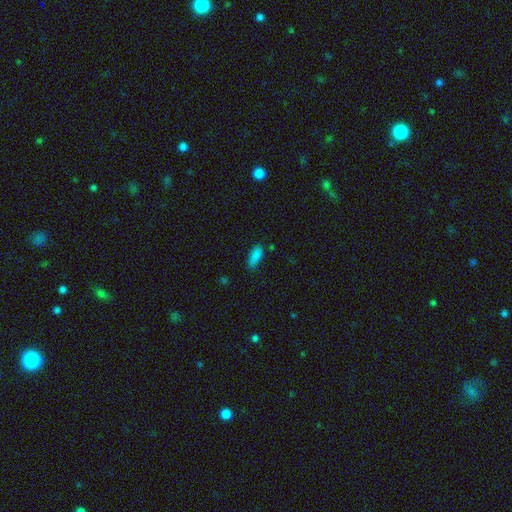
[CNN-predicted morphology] Smooth or featured? Predicted: smooth (p=0.84). How rounded? Predicted: in between (p=0.74). Merging? Predicted: none (p=0.71).